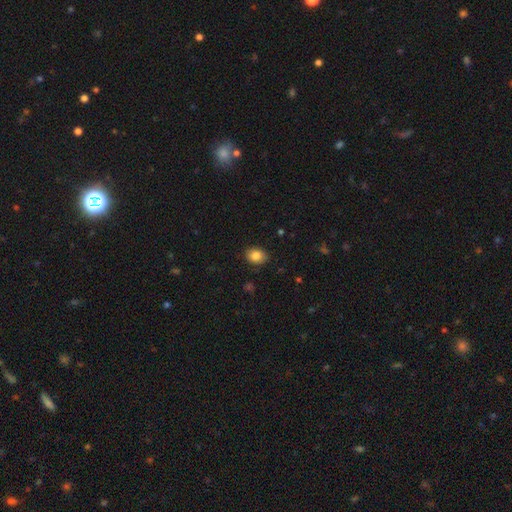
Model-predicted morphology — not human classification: type=smooth (85%); roundness=in between (61%); merging=none (85%).